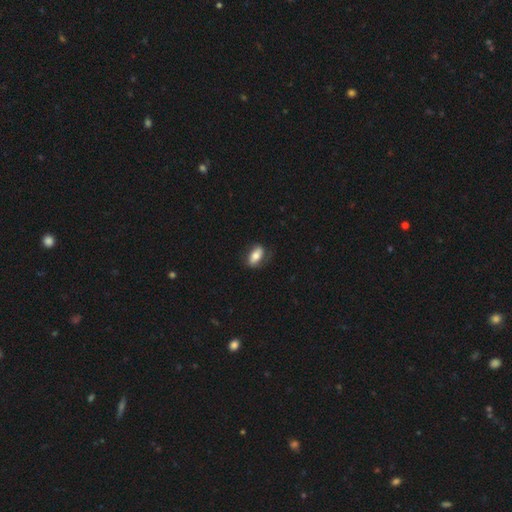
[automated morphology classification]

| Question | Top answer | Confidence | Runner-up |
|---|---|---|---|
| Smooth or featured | smooth | 71% | featured or disk (23%) |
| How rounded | in between | 87% | cigar-shaped (9%) |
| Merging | none | 72% | minor disturbance (20%) |